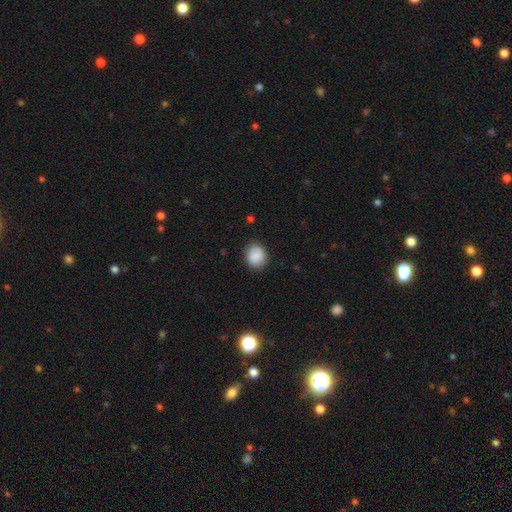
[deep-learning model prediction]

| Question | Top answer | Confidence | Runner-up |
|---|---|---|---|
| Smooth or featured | smooth | 89% | star or artifact (7%) |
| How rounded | round | 67% | in between (32%) |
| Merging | none | 86% | minor disturbance (10%) |